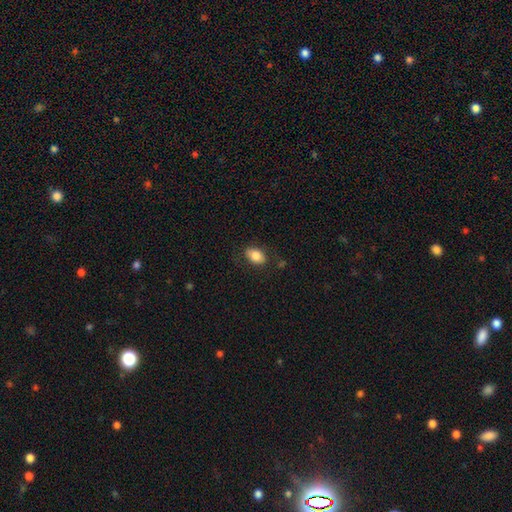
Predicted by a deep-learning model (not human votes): Smooth or featured?
  - smooth: 82% *
  - featured or disk: 10%
  - star or artifact: 8%
How rounded?
  - in between: 86% *
  - round: 13%
  - cigar-shaped: 1%
Merging?
  - none: 79% *
  - minor disturbance: 14%
  - major disturbance: 5%
  - merger: 2%